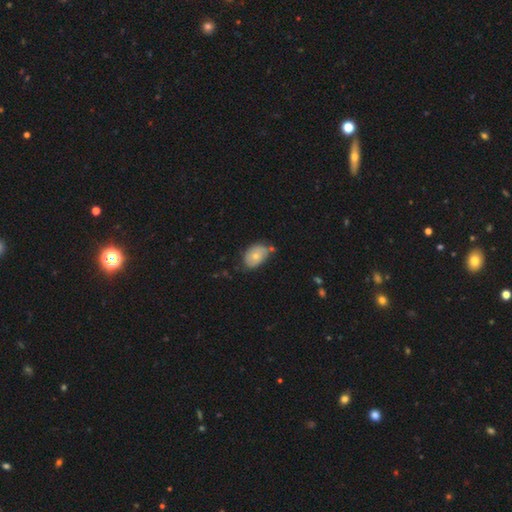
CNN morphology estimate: This is likely a smooth galaxy (63%). How rounded: clearly in between (82%). Merging: possibly none (54%).